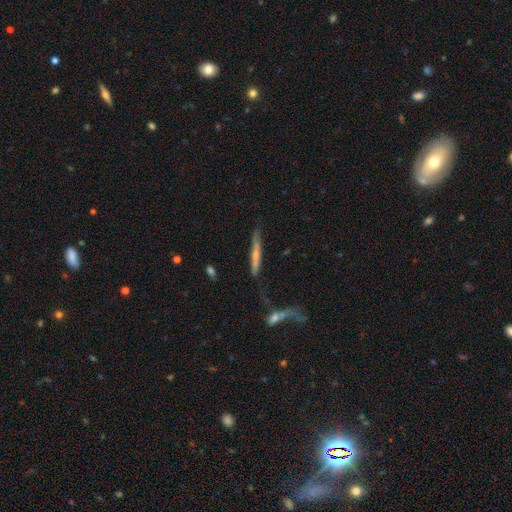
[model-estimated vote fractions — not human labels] Q: Smooth or featured?
A: featured or disk (53%); runner-up: smooth (40%)
Q: Edge-on disk?
A: yes (90%); runner-up: no (10%)
Q: Merging?
A: none (63%); runner-up: minor disturbance (18%)